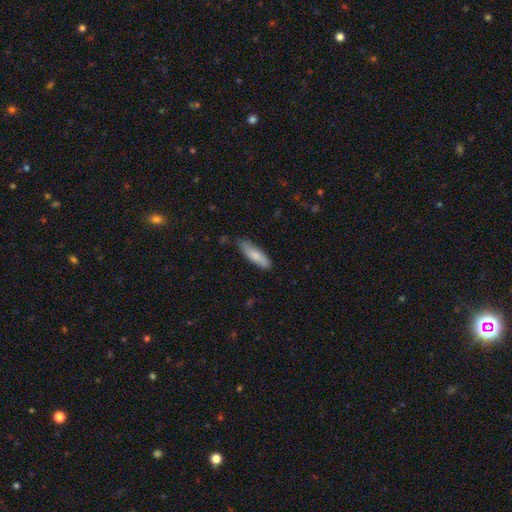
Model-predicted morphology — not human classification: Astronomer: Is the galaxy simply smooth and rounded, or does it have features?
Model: smooth — 79%.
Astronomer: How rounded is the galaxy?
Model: cigar-shaped — 57% (runner-up: in between, 42%).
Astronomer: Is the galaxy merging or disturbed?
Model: none — 76%.